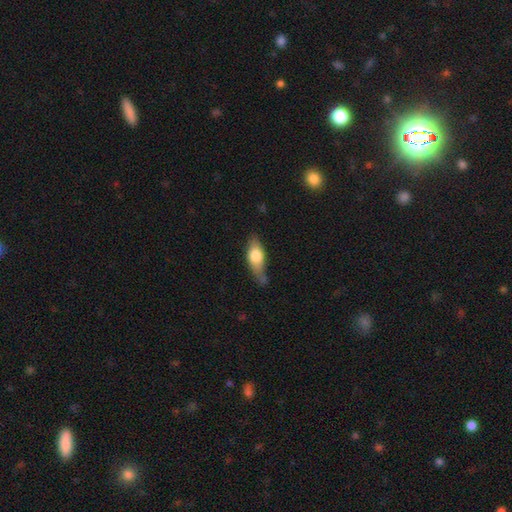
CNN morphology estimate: smooth-or-featured: smooth: 66% | featured or disk: 28% | star or artifact: 6%
  how-rounded: in between: 68% | cigar-shaped: 27% | round: 5%
  merging: none: 50% | minor disturbance: 33% | major disturbance: 11% | merger: 7%